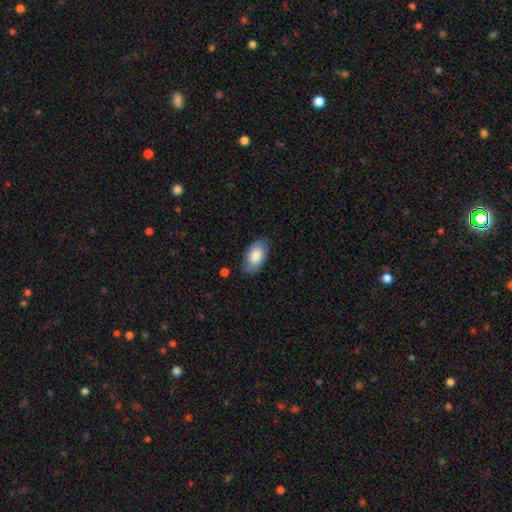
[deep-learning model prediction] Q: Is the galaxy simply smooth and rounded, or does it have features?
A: smooth — 84%.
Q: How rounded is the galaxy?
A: in between — 94%.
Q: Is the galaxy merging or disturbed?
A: none — 81%.